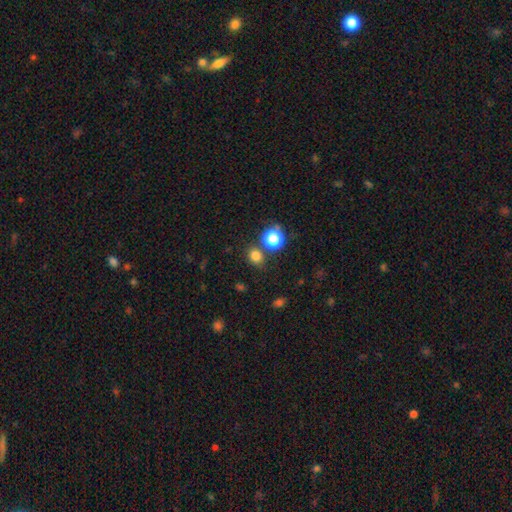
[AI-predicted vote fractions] A smooth galaxy with no disk features (76%) that is round (75%).

Vote fractions:
- Smooth or featured? smooth: 76% / star or artifact: 19% / featured or disk: 5%
- How rounded? round: 75% / in between: 24% / cigar-shaped: 1%
- Merging? none: 79% / merger: 9% / minor disturbance: 9% / major disturbance: 3%